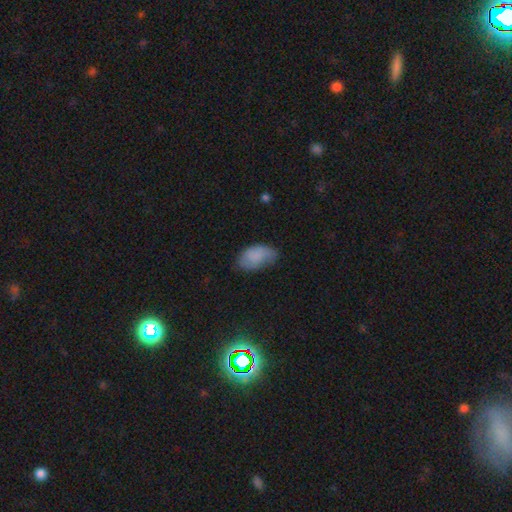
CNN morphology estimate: The model was most divided on "merging": none: 59%, minor disturbance: 31%, major disturbance: 8%, merger: 2%. More confident: how rounded — in between (94%); smooth or featured — smooth (79%).